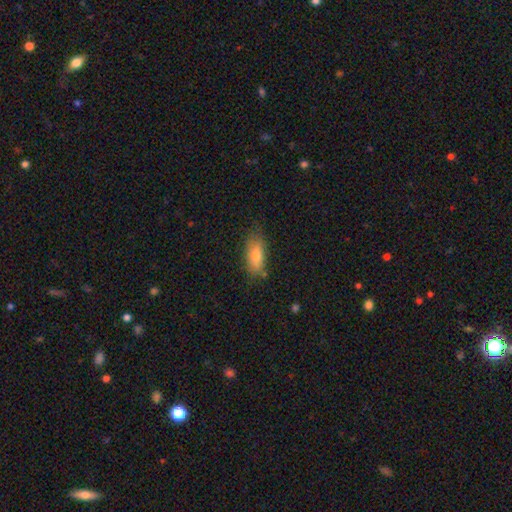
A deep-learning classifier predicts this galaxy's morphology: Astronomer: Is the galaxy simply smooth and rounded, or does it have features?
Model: smooth — 77%.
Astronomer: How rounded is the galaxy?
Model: in between — 78%.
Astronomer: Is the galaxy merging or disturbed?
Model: none — 69%.